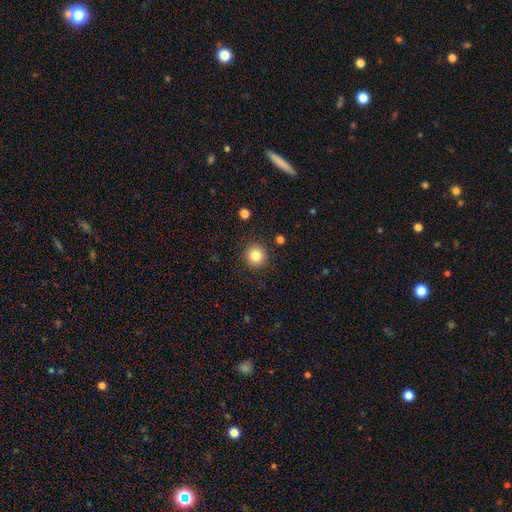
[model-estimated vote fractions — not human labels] smooth-or-featured: smooth: 83% | star or artifact: 11% | featured or disk: 6%
  how-rounded: round: 93% | in between: 6% | cigar-shaped: 1%
  merging: none: 90% | minor disturbance: 6% | major disturbance: 2% | merger: 2%